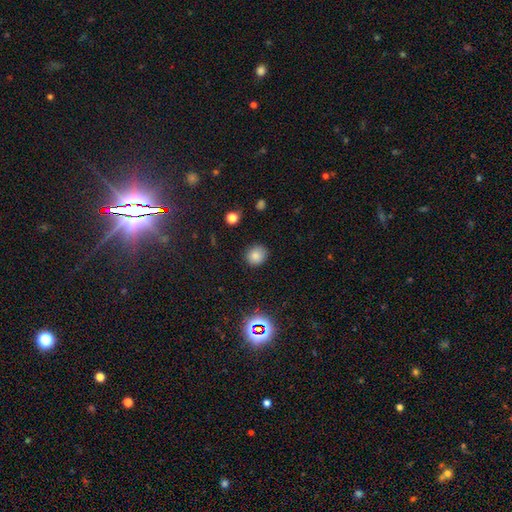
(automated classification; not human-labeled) A smooth galaxy with no disk features (80%) that is round (79%). Merging: none (86%).